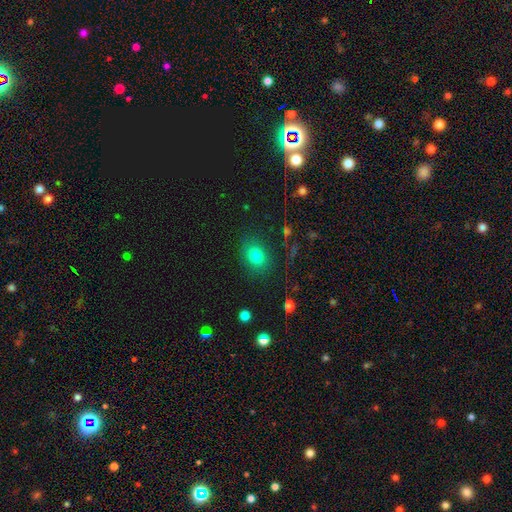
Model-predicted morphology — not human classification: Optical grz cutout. It shows a smooth galaxy with no disk features (78%) that is in between round and cigar-shaped (55%). Merging: none (82%).